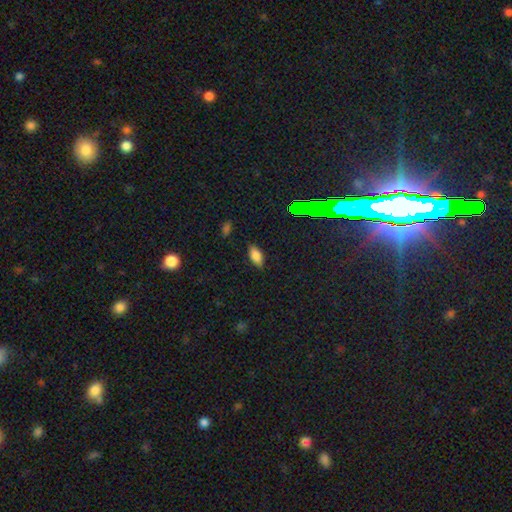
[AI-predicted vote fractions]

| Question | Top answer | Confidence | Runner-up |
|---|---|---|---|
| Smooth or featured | smooth | 78% | star or artifact (12%) |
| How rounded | in between | 88% | cigar-shaped (9%) |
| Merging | none | 83% | minor disturbance (13%) |